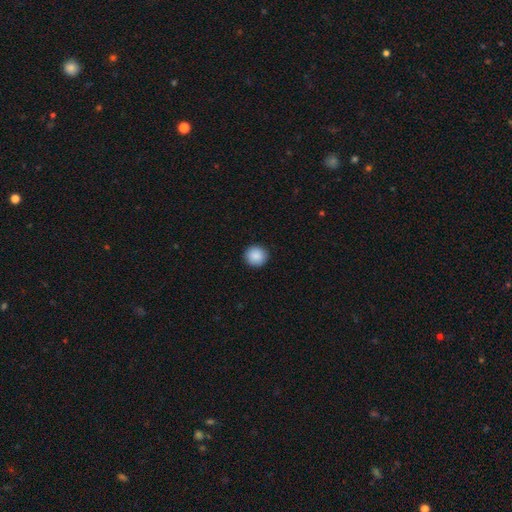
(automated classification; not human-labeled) smooth-or-featured: smooth: 90% | star or artifact: 8% | featured or disk: 3%
  how-rounded: round: 94% | in between: 5% | cigar-shaped: 1%
  merging: none: 93% | minor disturbance: 5% | major disturbance: 1% | merger: 1%